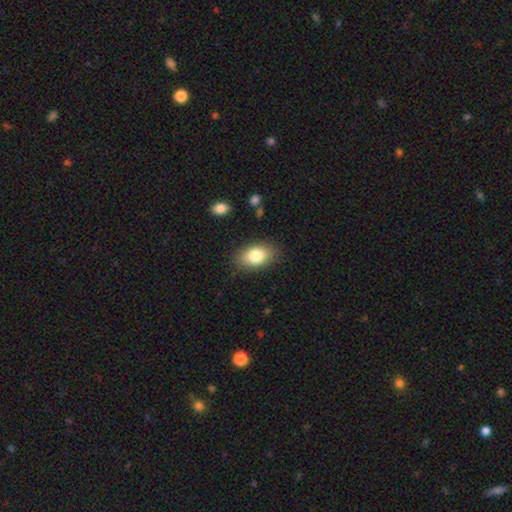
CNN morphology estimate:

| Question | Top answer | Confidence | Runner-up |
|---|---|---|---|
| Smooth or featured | smooth | 81% | featured or disk (11%) |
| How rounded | in between | 88% | round (10%) |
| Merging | none | 84% | minor disturbance (11%) |